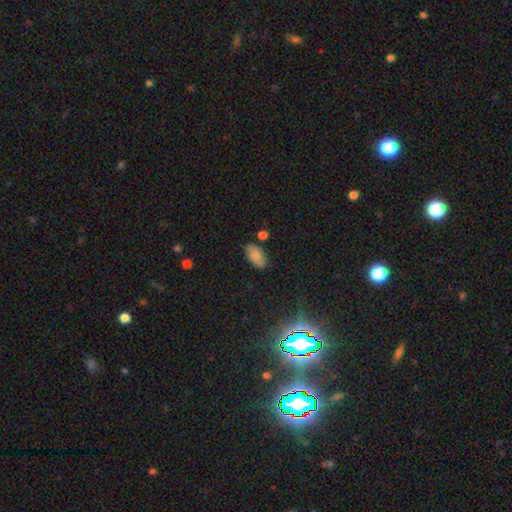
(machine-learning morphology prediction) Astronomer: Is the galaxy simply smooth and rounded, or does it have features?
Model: smooth — 81%.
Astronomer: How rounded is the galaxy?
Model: in between — 93%.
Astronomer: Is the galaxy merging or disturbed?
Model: none — 79%.